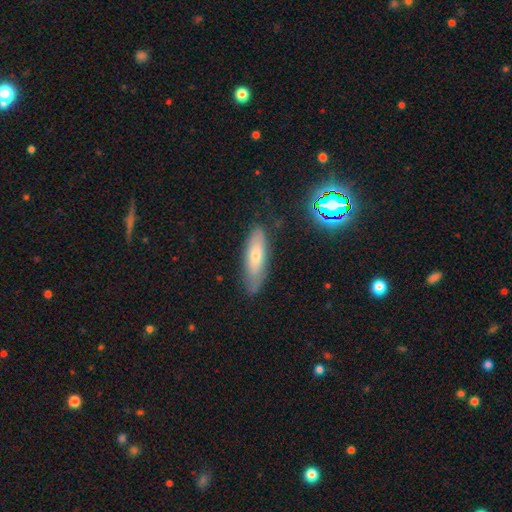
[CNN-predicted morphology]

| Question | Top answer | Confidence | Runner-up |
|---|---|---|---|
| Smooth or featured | smooth | 59% | featured or disk (31%) |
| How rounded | cigar-shaped | 59% | in between (39%) |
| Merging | none | 76% | minor disturbance (18%) |